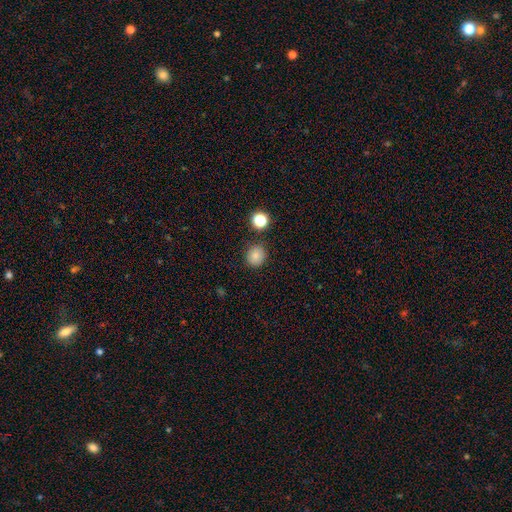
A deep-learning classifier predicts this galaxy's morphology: This appears to be a smooth galaxy with no disk features (83%) that is round (87%). Merging: none (85%).